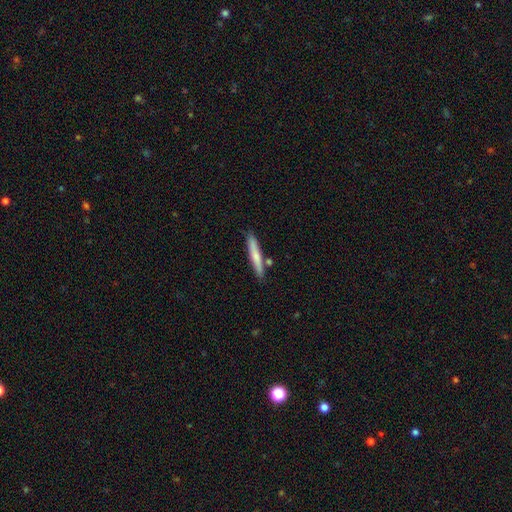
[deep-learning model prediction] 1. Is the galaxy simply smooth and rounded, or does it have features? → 64% smooth, 31% featured or disk, 6% star or artifact.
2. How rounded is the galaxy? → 93% cigar-shaped, 6% in between, 1% round.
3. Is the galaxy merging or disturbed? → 81% none, 11% minor disturbance, 6% merger, 2% major disturbance.